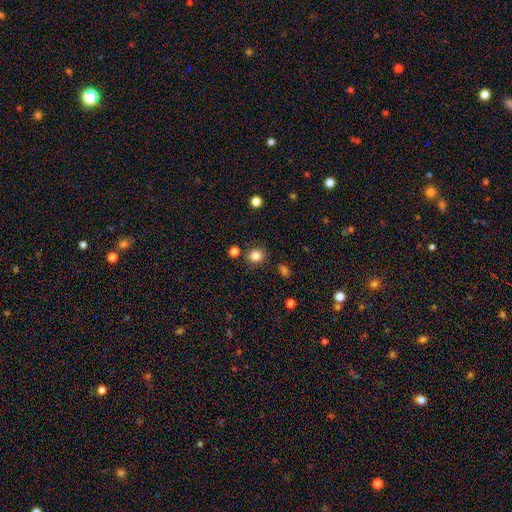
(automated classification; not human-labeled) The model was most divided on "how rounded": round: 80%, in between: 19%, cigar-shaped: 1%. More confident: smooth or featured — smooth (83%); merging — none (83%).